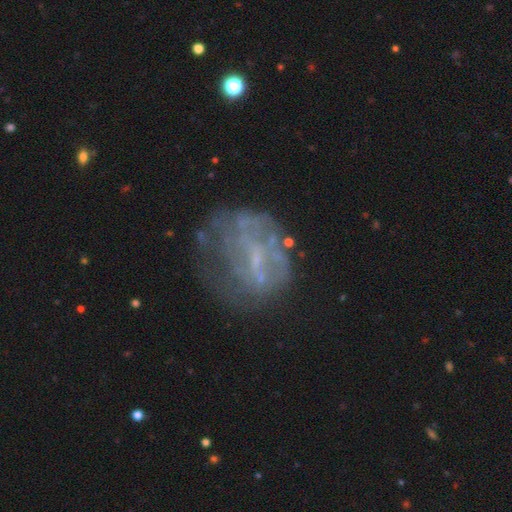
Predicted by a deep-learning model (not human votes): This appears to be a featured or disk galaxy (60%) with no bar (51%), no spiral arms (70%) and no central bulge (48%). Merging: none (51%).